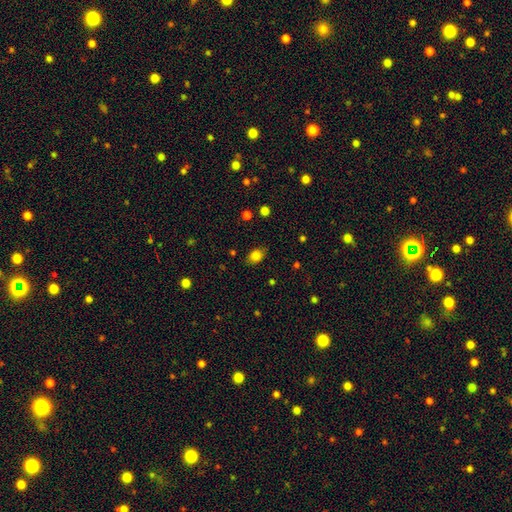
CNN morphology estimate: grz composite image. It shows a smooth galaxy with no disk features (82%) that is in between round and cigar-shaped (70%). Merging: none (81%).